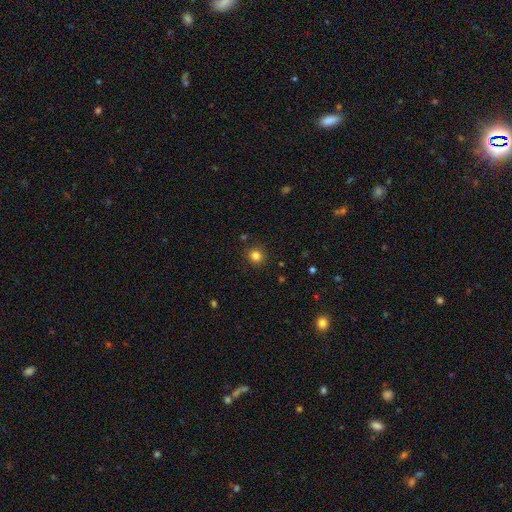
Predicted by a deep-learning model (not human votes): This appears to be a smooth galaxy with no disk features (82%) that is round (89%). Merging: none (89%).